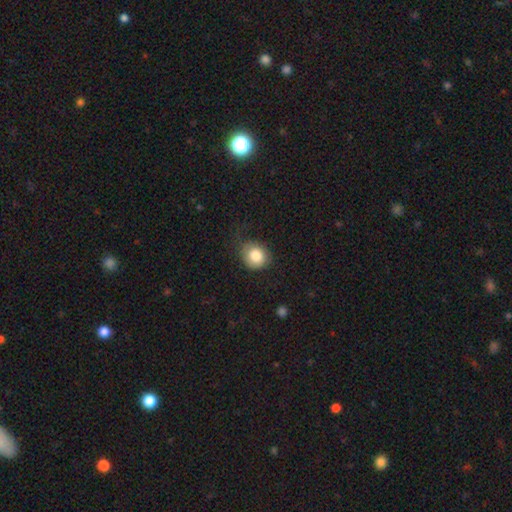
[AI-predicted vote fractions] smooth 82%, featured or disk 9%, star or artifact 8%. Down the decision tree: how rounded — round (74%); merging — none (64%).